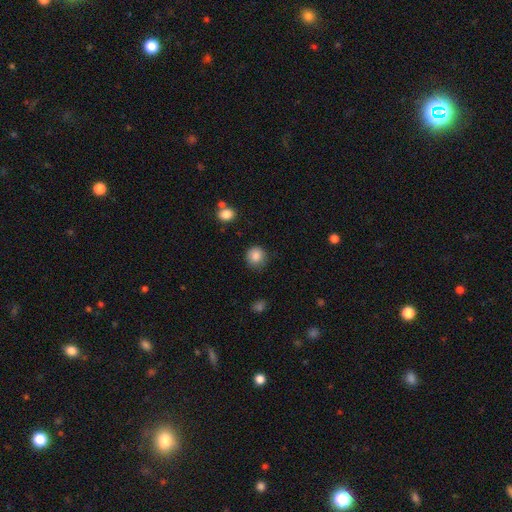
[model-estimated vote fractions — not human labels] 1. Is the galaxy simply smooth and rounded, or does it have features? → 87% smooth, 9% star or artifact, 4% featured or disk.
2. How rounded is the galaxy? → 91% round, 9% in between, 1% cigar-shaped.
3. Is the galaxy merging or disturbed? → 83% none, 12% minor disturbance, 3% major disturbance, 2% merger.